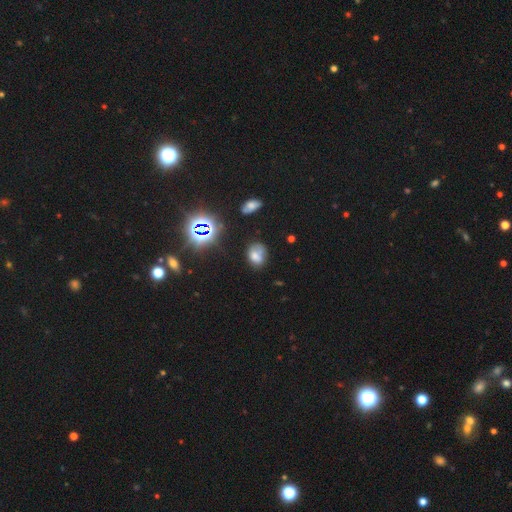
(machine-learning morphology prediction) Overall: smooth (59%; star or artifact 21%). How rounded: in between (65%; round 33%). Merging: none (44%; minor disturbance 26%).